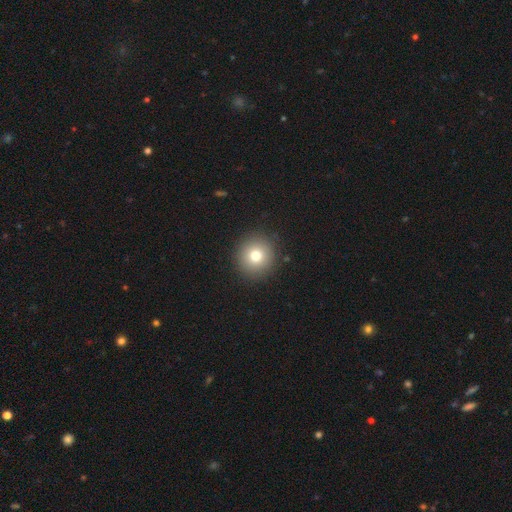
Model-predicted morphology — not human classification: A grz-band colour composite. It shows a smooth galaxy with no disk features (77%) that is round (92%). Merging: none (91%).